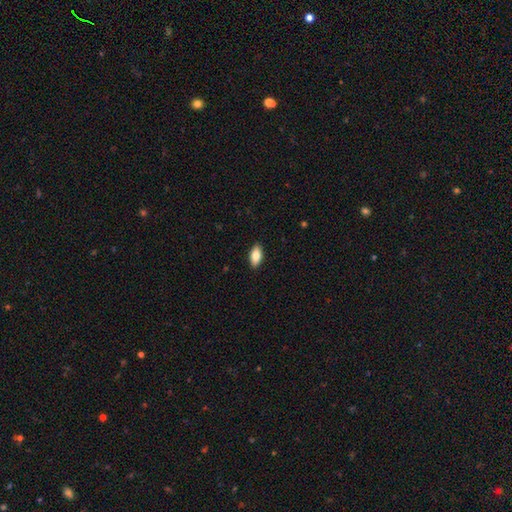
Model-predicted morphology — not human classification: smooth_or_featured: smooth (p=0.81) [alt: featured or disk p=0.12]
how_rounded: in between (p=0.89) [alt: cigar-shaped p=0.08]
merging: none (p=0.90) [alt: minor disturbance p=0.08]